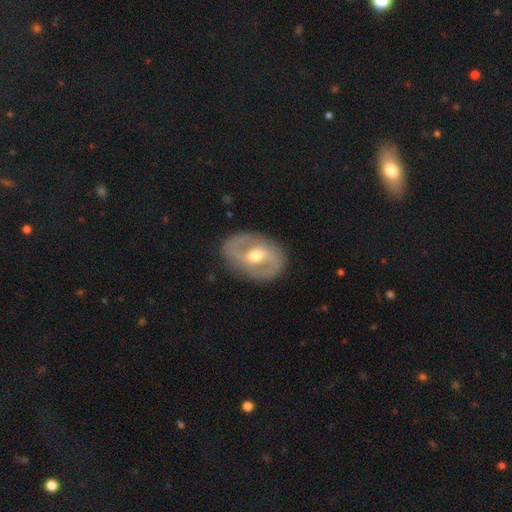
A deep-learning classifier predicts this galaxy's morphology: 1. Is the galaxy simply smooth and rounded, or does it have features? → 80% featured or disk, 14% smooth, 6% star or artifact.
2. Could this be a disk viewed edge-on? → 95% no, 5% yes.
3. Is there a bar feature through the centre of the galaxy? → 43% weak, 34% strong, 23% no.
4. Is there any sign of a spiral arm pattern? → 77% yes, 23% no.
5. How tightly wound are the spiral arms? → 44% medium, 30% tight, 26% loose.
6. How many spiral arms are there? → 87% 2, 8% can't tell, 2% 1, 1% 3, 1% 4, 1% more than 4.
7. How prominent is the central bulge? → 73% moderate, 20% small, 5% large, 1% dominant, 1% none.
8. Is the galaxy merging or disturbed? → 85% none, 11% minor disturbance, 3% major disturbance, 1% merger.